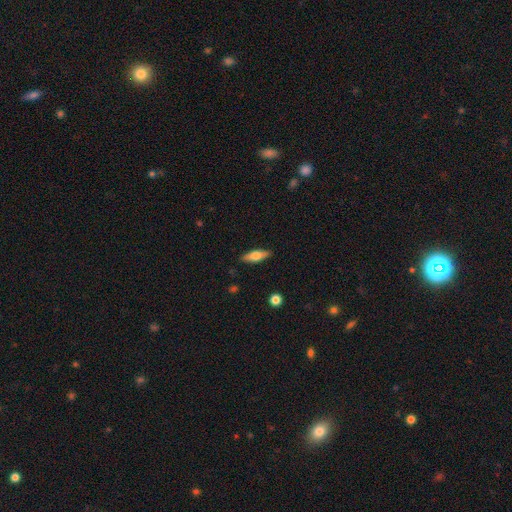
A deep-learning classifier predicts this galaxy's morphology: This appears to be a smooth galaxy with no disk features (54%) that is in between round and cigar-shaped (50%). Merging: none (88%).